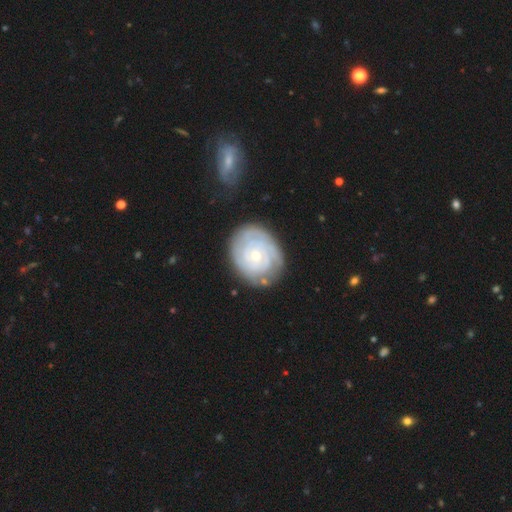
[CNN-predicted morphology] Q: Smooth or featured?
A: featured or disk (79%); runner-up: smooth (16%)
Q: Edge-on disk?
A: no (97%); runner-up: yes (3%)
Q: Bar?
A: no (81%); runner-up: weak (16%)
Q: Spiral arms?
A: yes (90%); runner-up: no (10%)
Q: Spiral winding?
A: tight (83%); runner-up: medium (13%)
Q: Spiral arm count?
A: can't tell (42%); runner-up: 2 (21%)
Q: Bulge size?
A: small (61%); runner-up: moderate (36%)
Q: Merging?
A: none (75%); runner-up: minor disturbance (16%)